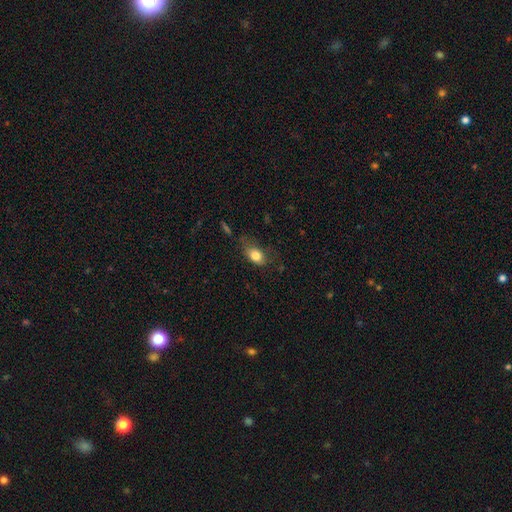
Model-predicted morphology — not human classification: smooth 81%, featured or disk 11%, star or artifact 8%. Down the decision tree: how rounded — in between (82%); merging — none (49%).